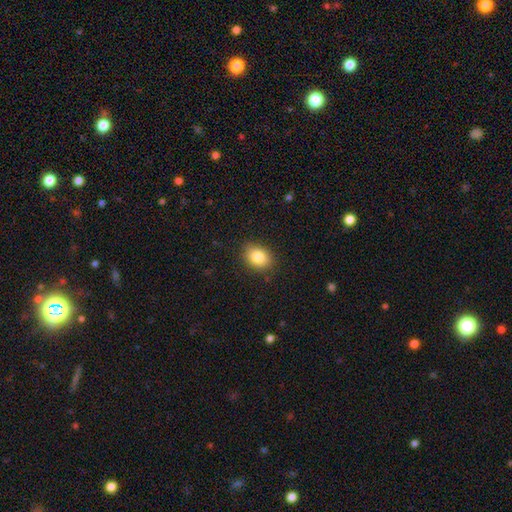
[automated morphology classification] Q: Smooth or featured?
A: smooth (84%); runner-up: star or artifact (9%)
Q: How rounded?
A: in between (65%); runner-up: round (34%)
Q: Merging?
A: none (87%); runner-up: minor disturbance (10%)